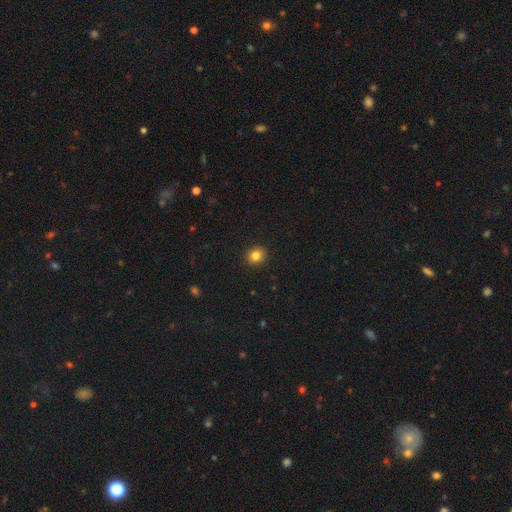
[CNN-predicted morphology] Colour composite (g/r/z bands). It shows a smooth galaxy with no disk features (83%) that is round (86%). Merging: none (92%).